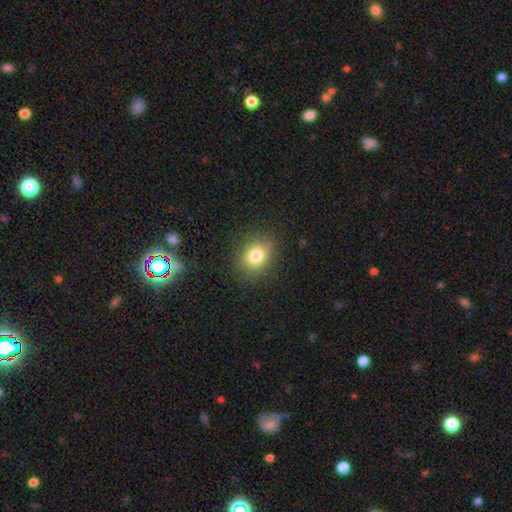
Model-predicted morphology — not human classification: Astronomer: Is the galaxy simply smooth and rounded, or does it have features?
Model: smooth — 79%.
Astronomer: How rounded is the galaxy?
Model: round — 52% (runner-up: in between, 47%).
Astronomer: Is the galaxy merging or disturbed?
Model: none — 84%.